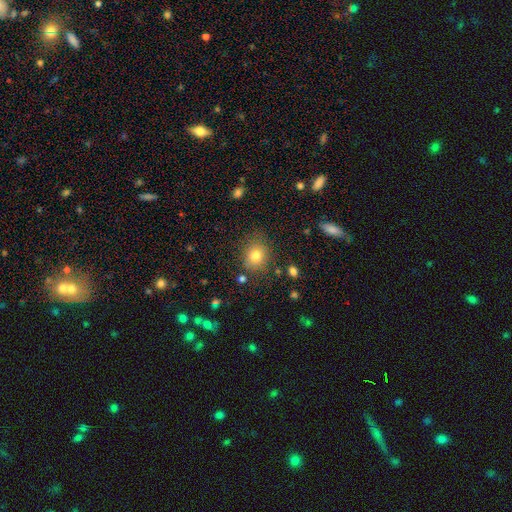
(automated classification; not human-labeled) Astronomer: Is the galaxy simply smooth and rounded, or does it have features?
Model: smooth — 79%.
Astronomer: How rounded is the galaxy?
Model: round — 67%.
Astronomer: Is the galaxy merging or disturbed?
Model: none — 79%.